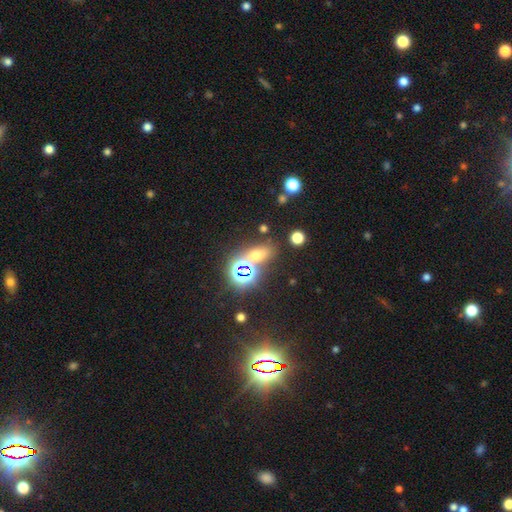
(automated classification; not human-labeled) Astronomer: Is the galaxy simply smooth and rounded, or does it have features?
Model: smooth — 48% (runner-up: star or artifact, 40%).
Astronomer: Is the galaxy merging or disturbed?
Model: none — 68%.